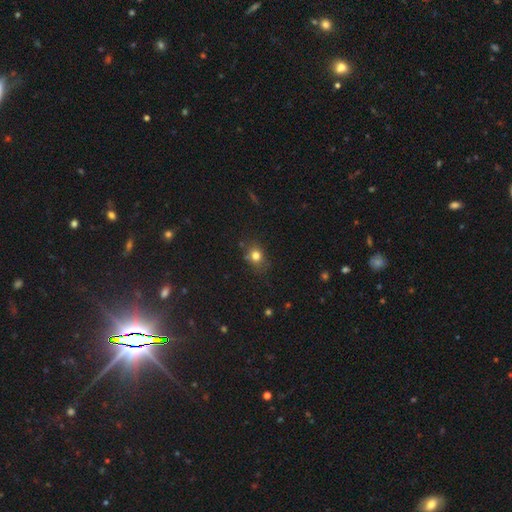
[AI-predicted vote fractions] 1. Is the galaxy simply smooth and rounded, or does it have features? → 77% smooth, 14% star or artifact, 8% featured or disk.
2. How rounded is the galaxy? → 58% round, 40% in between, 1% cigar-shaped.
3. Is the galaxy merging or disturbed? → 72% none, 19% minor disturbance, 5% major disturbance, 4% merger.